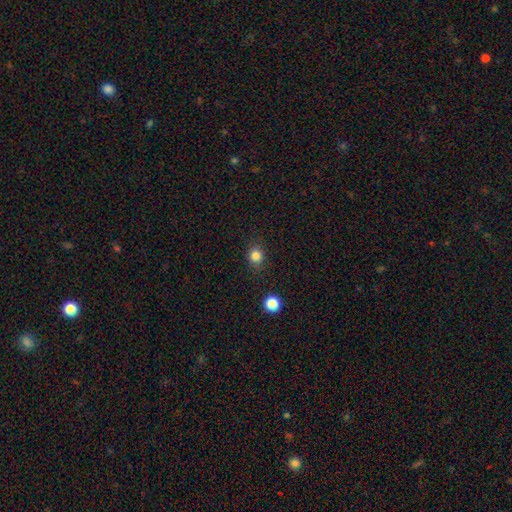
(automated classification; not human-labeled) This is clearly a smooth galaxy (82%). How rounded: likely round (79%). Merging: clearly none (85%).